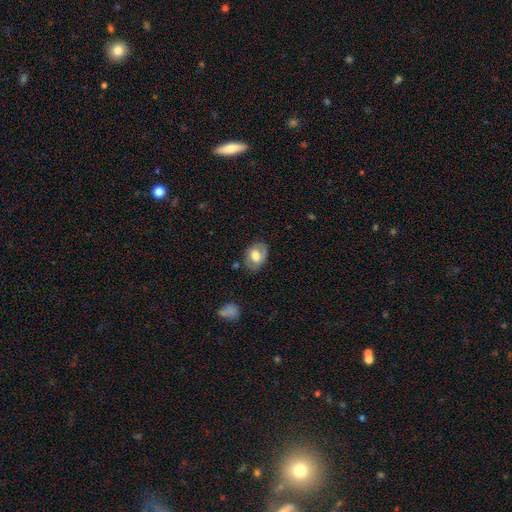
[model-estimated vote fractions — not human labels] A smooth galaxy with no disk features (57%) that is in between round and cigar-shaped (76%). Merging: none (76%).